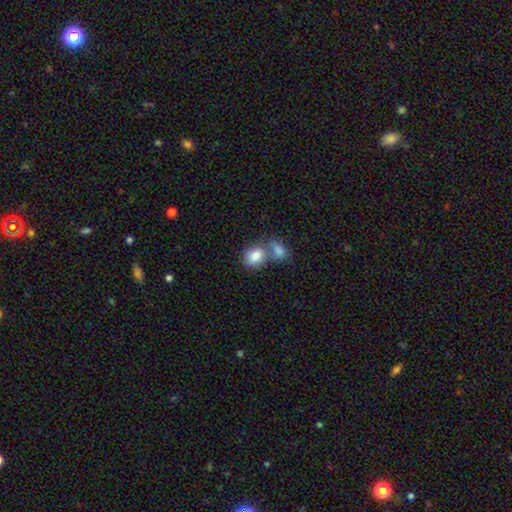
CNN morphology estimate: Smooth or featured: smooth — 83% (featured or disk — 10%)
How rounded: in between — 64% (round — 35%)
Merging: merger — 51% (none — 34%)